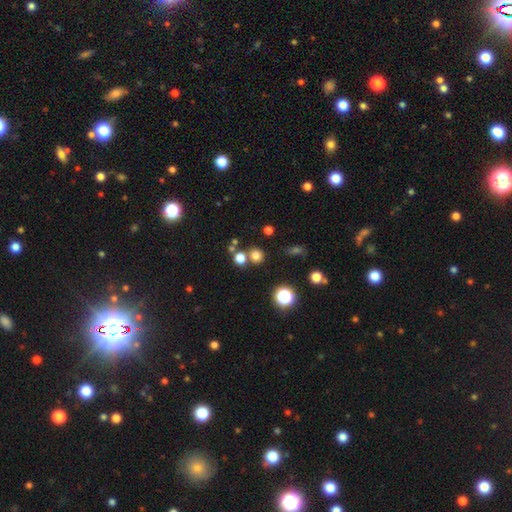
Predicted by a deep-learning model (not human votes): Morphology: type=smooth (72%); roundness=round (91%); merging=none (73%).